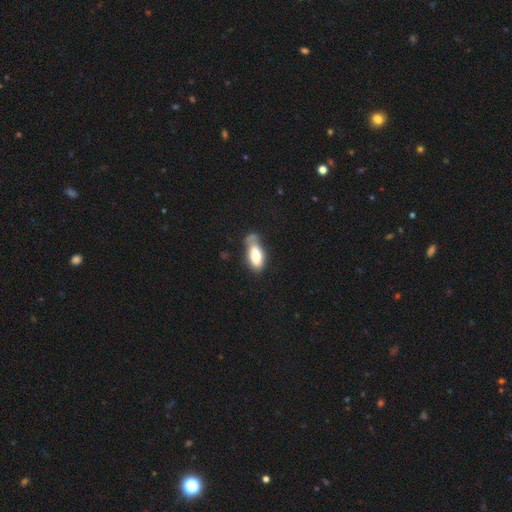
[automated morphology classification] Q: Smooth or featured?
A: smooth (77%); runner-up: featured or disk (16%)
Q: How rounded?
A: in between (85%); runner-up: cigar-shaped (12%)
Q: Merging?
A: none (37%); runner-up: minor disturbance (32%)